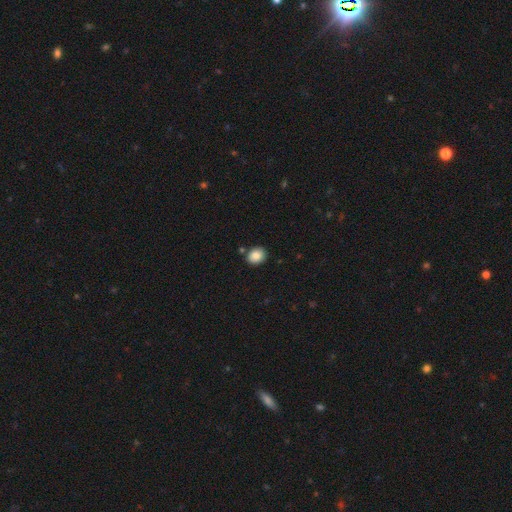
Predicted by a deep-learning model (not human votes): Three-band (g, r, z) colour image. It shows a smooth galaxy with no disk features (86%) that is round (60%). Merging: none (83%).